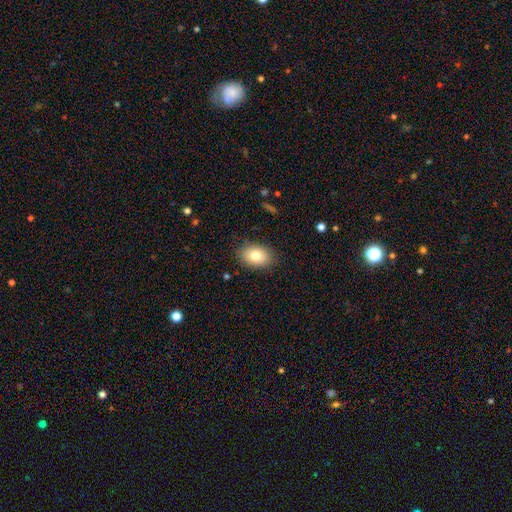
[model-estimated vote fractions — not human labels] A smooth galaxy with no disk features (80%) that is in between round and cigar-shaped (82%). Merging: none (86%).